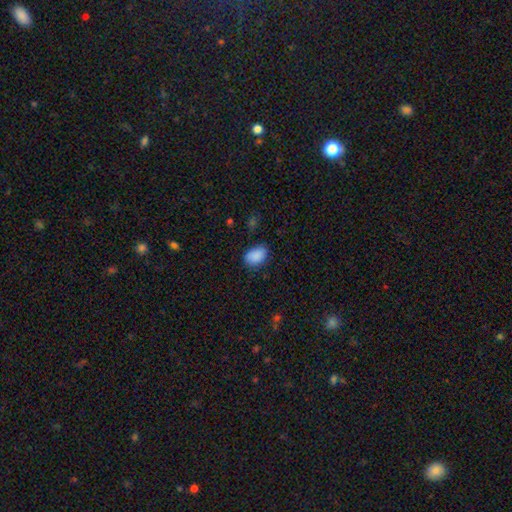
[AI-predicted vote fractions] Smooth or featured? Predicted: smooth (p=0.89). How rounded? Predicted: in between (p=0.88). Merging? Predicted: none (p=0.77).